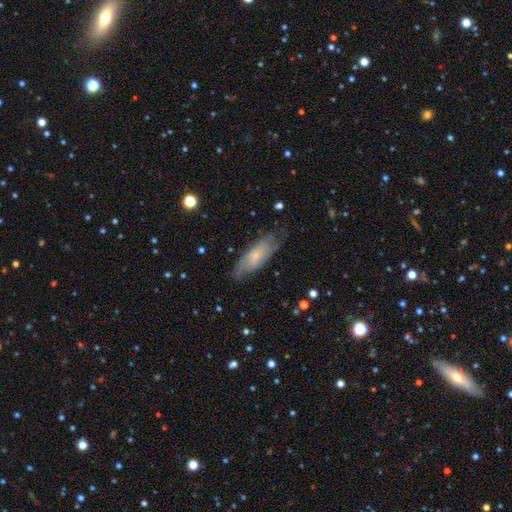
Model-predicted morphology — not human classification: This appears to be a smooth galaxy with no disk features (50%). Merging: none (68%).